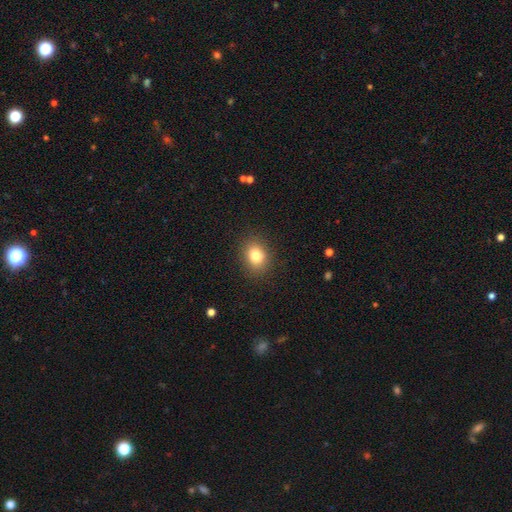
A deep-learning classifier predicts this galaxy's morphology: type=smooth (81%); roundness=round (51%); merging=none (87%).